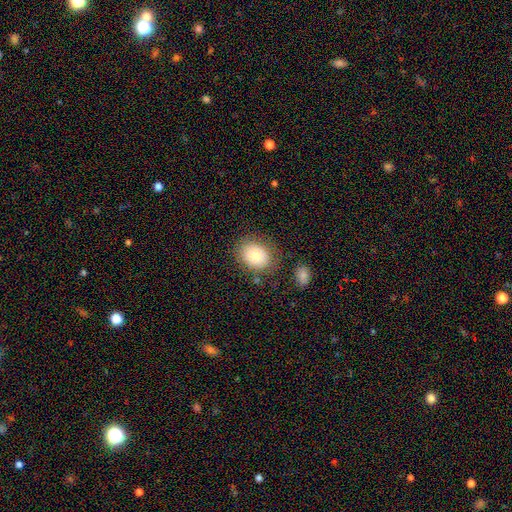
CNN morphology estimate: Smooth or featured: smooth — 80% (featured or disk — 12%)
How rounded: in between — 55% (round — 44%)
Merging: none — 76% (minor disturbance — 15%)